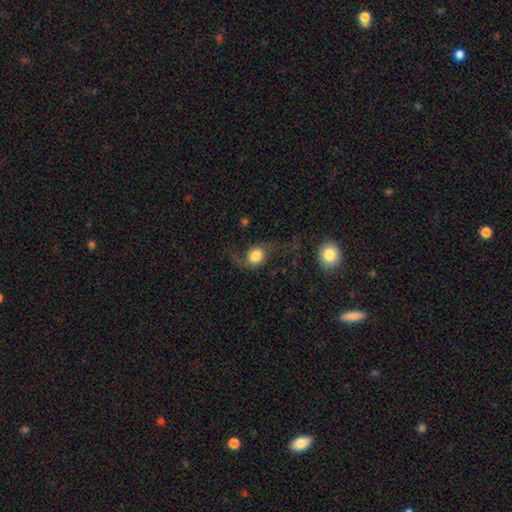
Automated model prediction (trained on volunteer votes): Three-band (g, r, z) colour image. It shows a smooth galaxy with no disk features (52%) that is round (74%). Merging: none (44%).